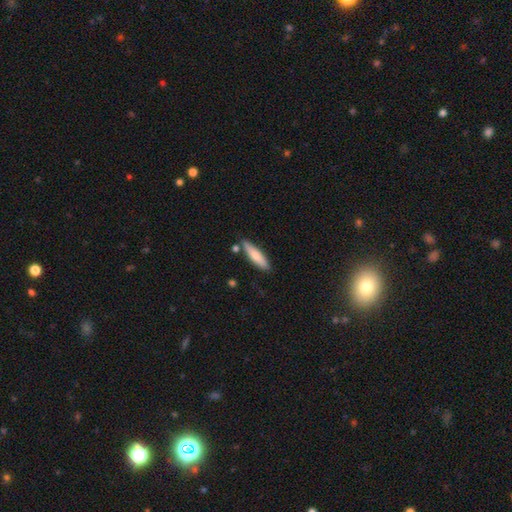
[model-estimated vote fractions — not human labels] A smooth galaxy with no disk features (74%) that is cigar-shaped (76%).

Vote fractions:
- Smooth or featured? smooth: 74% / featured or disk: 20% / star or artifact: 5%
- How rounded? cigar-shaped: 76% / in between: 22% / round: 2%
- Merging? none: 80% / minor disturbance: 12% / merger: 5% / major disturbance: 2%